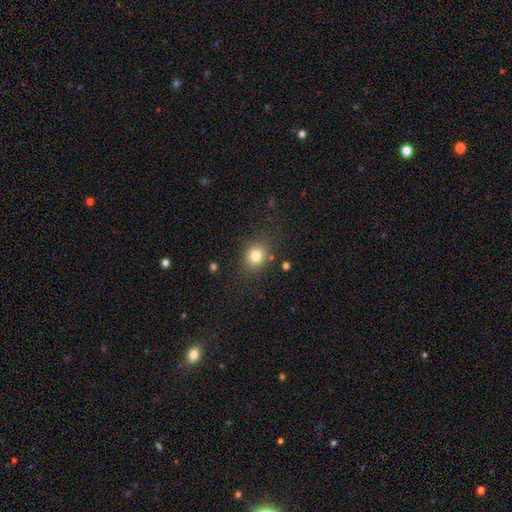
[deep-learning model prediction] Smooth or featured? Predicted: smooth (p=0.80). How rounded? Predicted: round (p=0.66). Merging? Predicted: none (p=0.80).